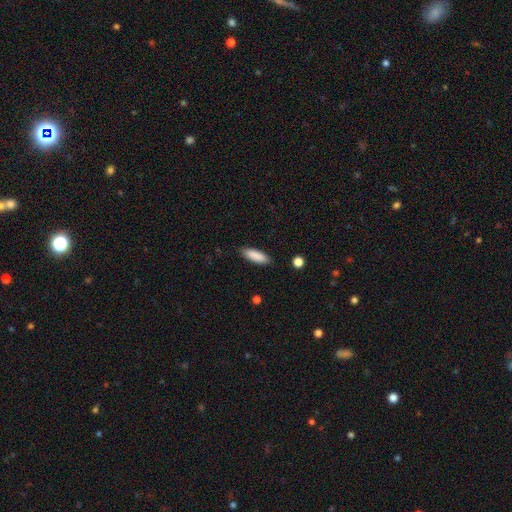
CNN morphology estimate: The model was most divided on "how rounded": in between: 53%, cigar-shaped: 45%, round: 2%. More confident: smooth or featured — smooth (88%); merging — none (87%).